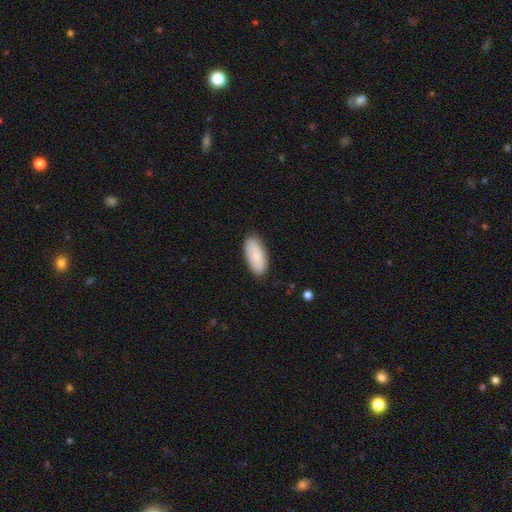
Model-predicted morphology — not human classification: This appears to be a smooth galaxy with no disk features (84%) that is in between round and cigar-shaped (88%). Merging: none (84%).